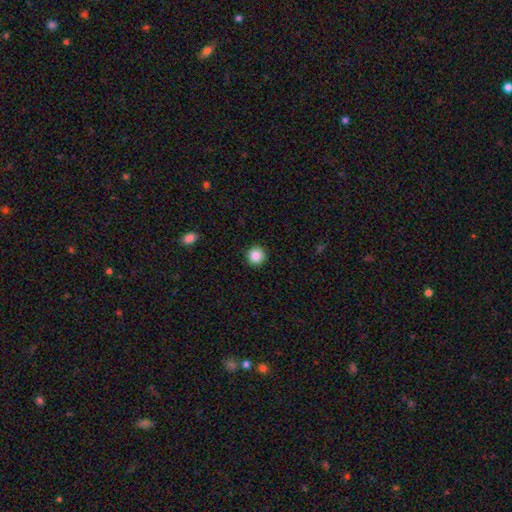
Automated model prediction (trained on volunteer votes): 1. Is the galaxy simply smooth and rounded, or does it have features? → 87% smooth, 9% star or artifact, 3% featured or disk.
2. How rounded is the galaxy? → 94% round, 5% in between, 1% cigar-shaped.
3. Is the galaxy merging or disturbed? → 92% none, 5% minor disturbance, 2% major disturbance, 1% merger.